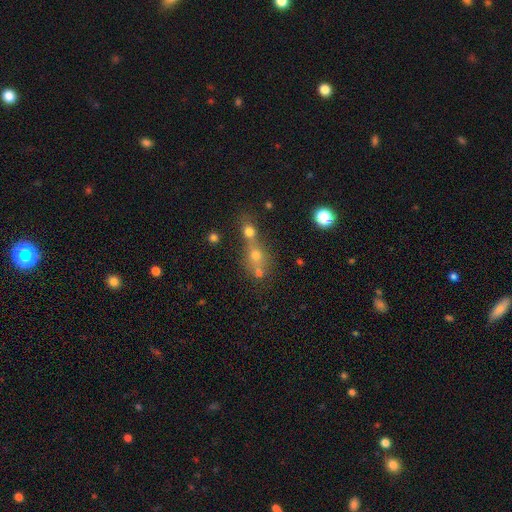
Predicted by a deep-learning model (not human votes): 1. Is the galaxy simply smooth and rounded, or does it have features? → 59% smooth, 22% star or artifact, 19% featured or disk.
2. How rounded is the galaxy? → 70% round, 27% in between, 4% cigar-shaped.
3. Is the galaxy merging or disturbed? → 57% merger, 32% none, 7% minor disturbance, 5% major disturbance.